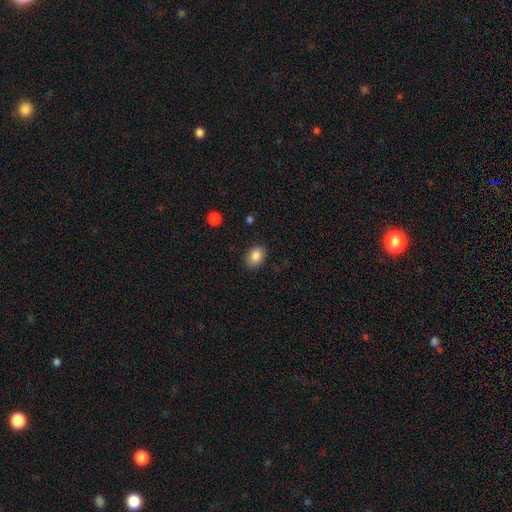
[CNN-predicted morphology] Smooth or featured: smooth — 86% (star or artifact — 8%)
How rounded: in between — 74% (round — 25%)
Merging: none — 86% (minor disturbance — 10%)